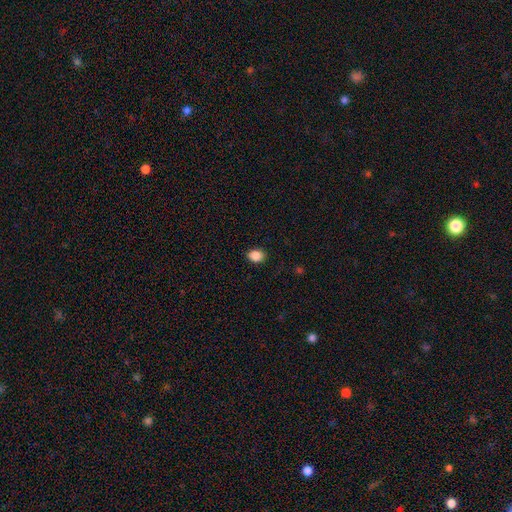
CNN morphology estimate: A smooth galaxy with no disk features (88%) that is in between round and cigar-shaped (58%). Merging: none (88%).